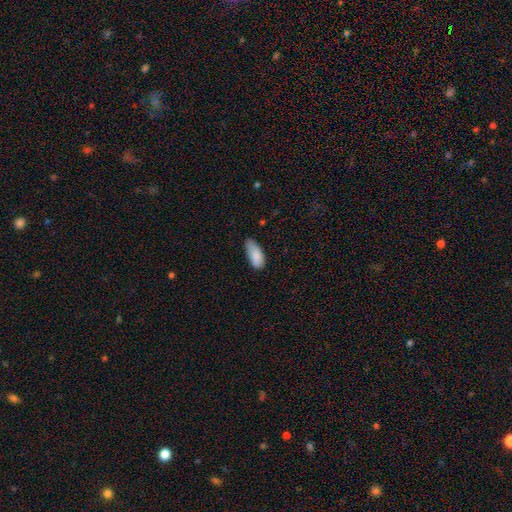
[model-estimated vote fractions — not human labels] A smooth galaxy with no disk features (86%) that is in between round and cigar-shaped (87%). Merging: none (53%).